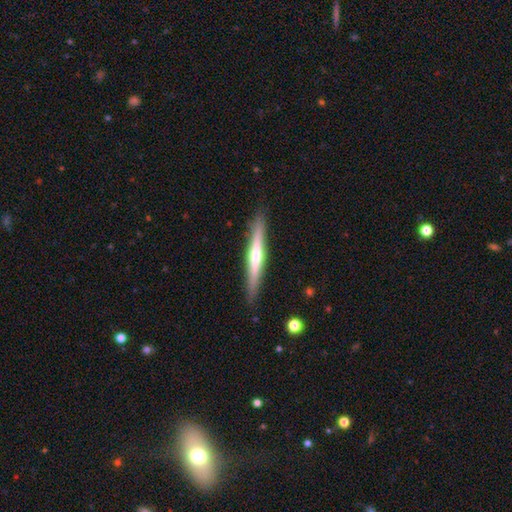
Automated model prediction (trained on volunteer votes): Smooth or featured? featured or disk (64%)
Edge-on disk? yes (97%)
Edge-on bulge? rounded (79%)
Merging? none (90%)